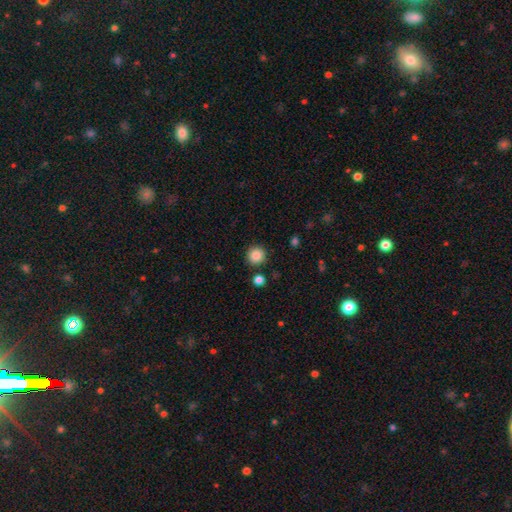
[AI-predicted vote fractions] Smooth or featured? Predicted: smooth (p=0.87). How rounded? Predicted: round (p=0.94). Merging? Predicted: none (p=0.89).